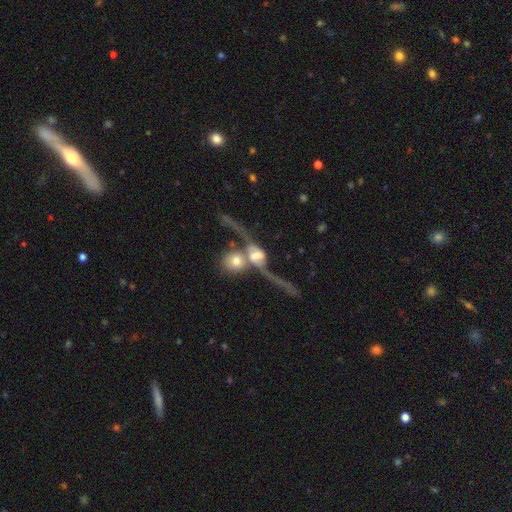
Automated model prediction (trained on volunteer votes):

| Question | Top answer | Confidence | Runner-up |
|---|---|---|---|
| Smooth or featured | featured or disk | 77% | smooth (15%) |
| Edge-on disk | no | 70% | yes (30%) |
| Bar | no | 52% | weak (29%) |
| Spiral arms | yes | 78% | no (22%) |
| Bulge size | large | 32% | tied: moderate (32%) |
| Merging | merger | 54% | none (21%) |